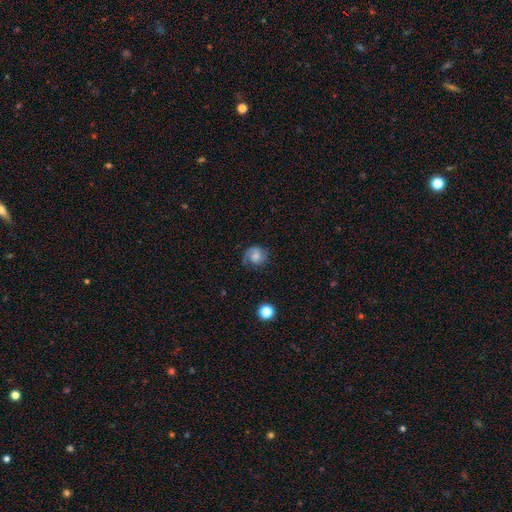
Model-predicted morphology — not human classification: Q: Smooth or featured?
A: featured or disk (52%); runner-up: smooth (38%)
Q: Edge-on disk?
A: no (97%); runner-up: yes (3%)
Q: Bar?
A: no (58%); runner-up: weak (35%)
Q: Spiral arms?
A: yes (91%); runner-up: no (9%)
Q: Bulge size?
A: small (36%); tied with: moderate (36%)
Q: Merging?
A: none (66%); runner-up: minor disturbance (22%)